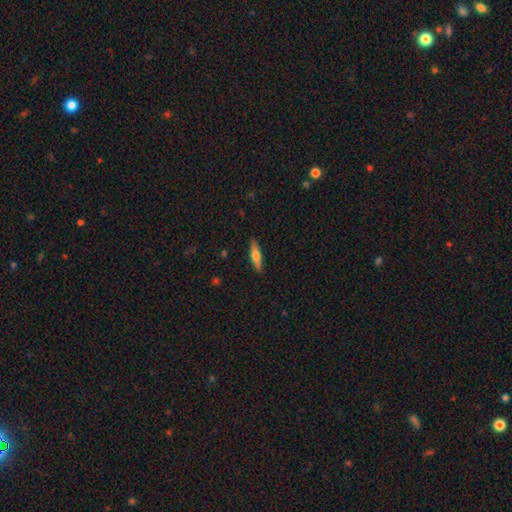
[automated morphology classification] The model was most divided on "smooth or featured": smooth: 61%, featured or disk: 33%, star or artifact: 6%. More confident: merging — none (89%); how rounded — cigar-shaped (73%).